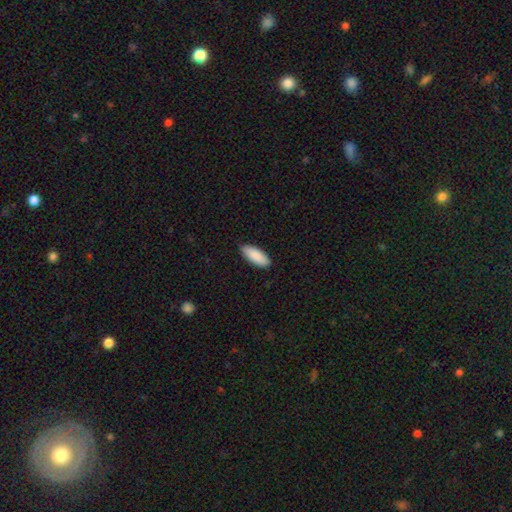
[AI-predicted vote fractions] Q: Smooth or featured?
A: smooth (90%); runner-up: star or artifact (5%)
Q: How rounded?
A: in between (80%); runner-up: cigar-shaped (19%)
Q: Merging?
A: none (87%); runner-up: minor disturbance (11%)